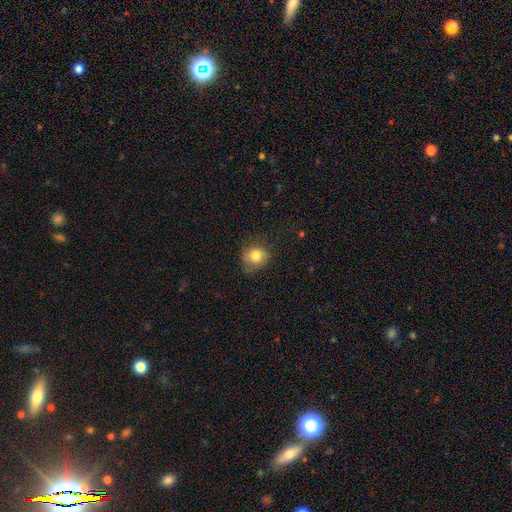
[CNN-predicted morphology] Smooth or featured? Predicted: smooth (p=0.80). How rounded? Predicted: round (p=0.70). Merging? Predicted: none (p=0.67).